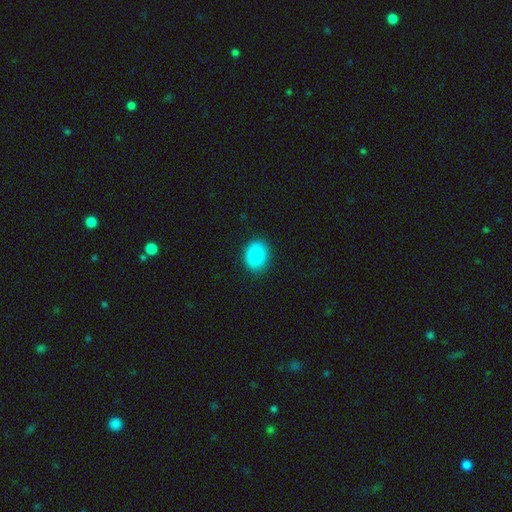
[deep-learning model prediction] smooth 87%, star or artifact 7%, featured or disk 6%. Down the decision tree: how rounded — round (50%); merging — none (86%).